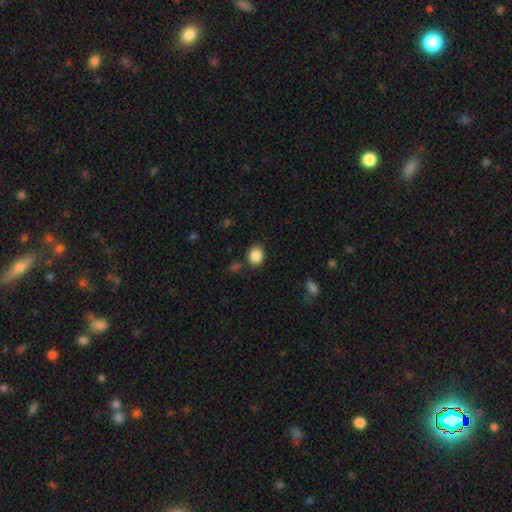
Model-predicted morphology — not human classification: A smooth galaxy with no disk features (87%) that is round (55%). Merging: none (81%).